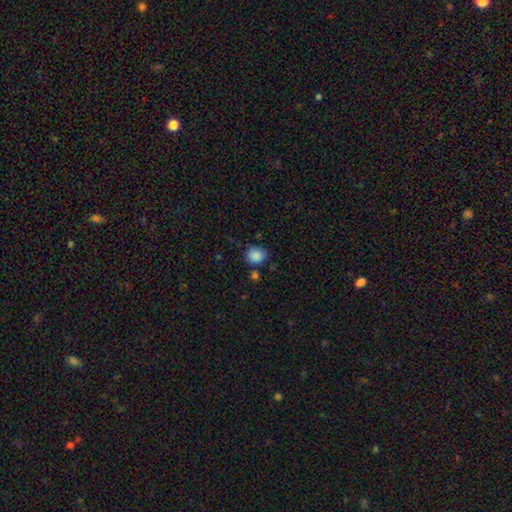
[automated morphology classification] Overall: smooth (87%). How rounded: round (76%). Merging: none (72%).